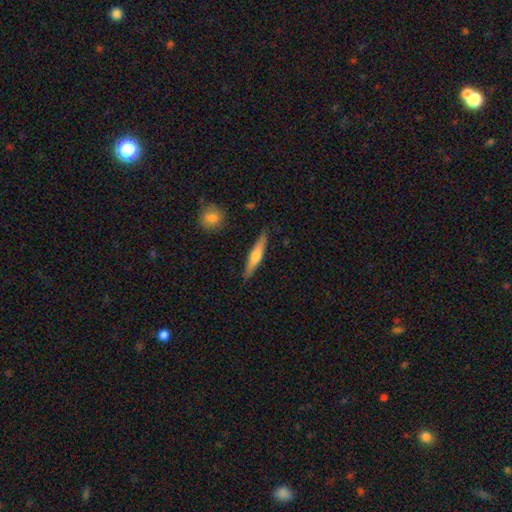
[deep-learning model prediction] Smooth or featured? Predicted: smooth (p=0.53). How rounded? Predicted: cigar-shaped (p=0.88). Merging? Predicted: none (p=0.88).